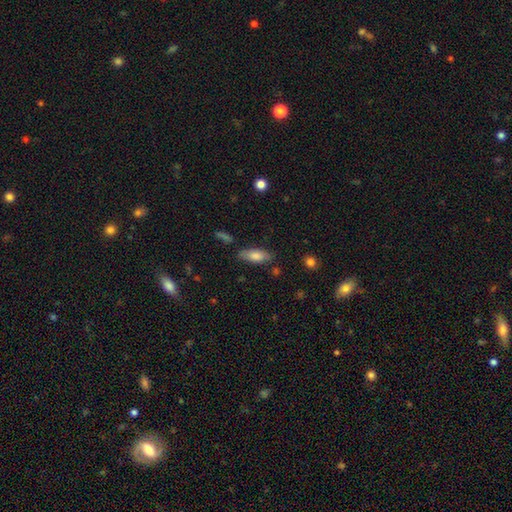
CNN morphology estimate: This appears to be a smooth galaxy with no disk features (79%) that is in between round and cigar-shaped (75%). Merging: none (76%).